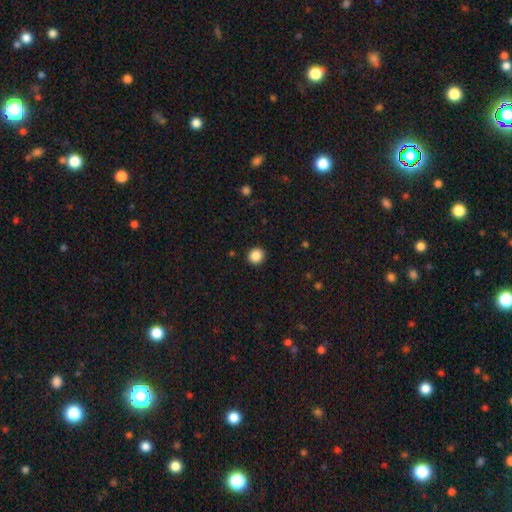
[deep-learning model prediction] Q: Smooth or featured?
A: smooth (87%); runner-up: star or artifact (10%)
Q: How rounded?
A: round (94%); runner-up: in between (5%)
Q: Merging?
A: none (93%); runner-up: minor disturbance (5%)